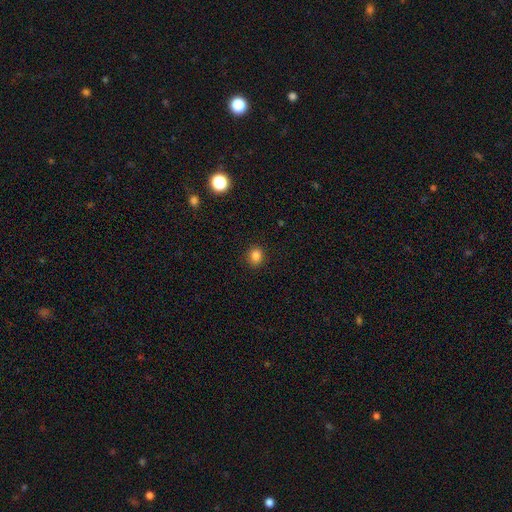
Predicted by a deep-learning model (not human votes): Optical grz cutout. It shows a smooth galaxy with no disk features (84%) that is round (69%). Merging: none (89%).